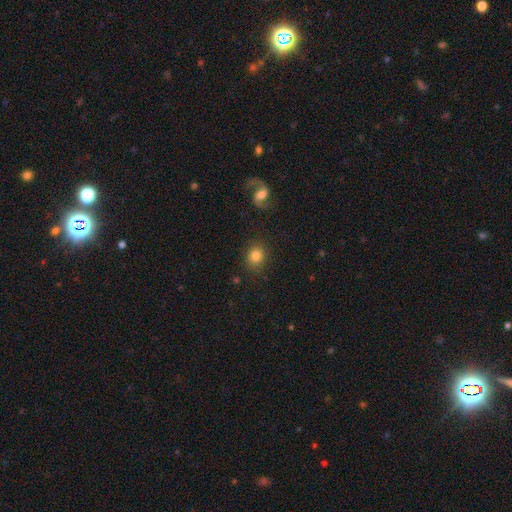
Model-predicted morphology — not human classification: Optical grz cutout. It shows a smooth galaxy with no disk features (83%) that is round (72%). Merging: none (86%).